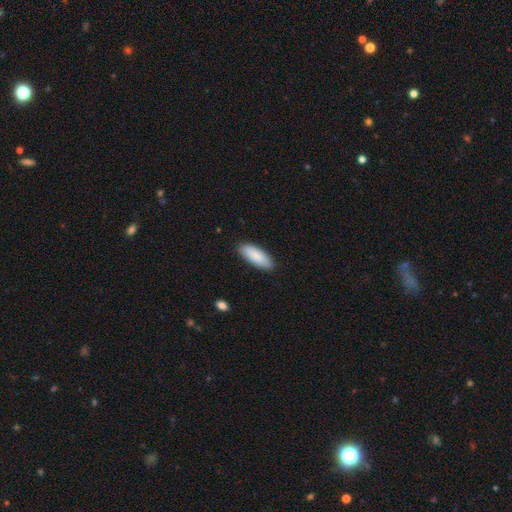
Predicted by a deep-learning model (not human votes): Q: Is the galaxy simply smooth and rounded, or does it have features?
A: smooth — 89%.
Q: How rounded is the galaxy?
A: in between — 71%.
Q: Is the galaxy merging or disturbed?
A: none — 89%.